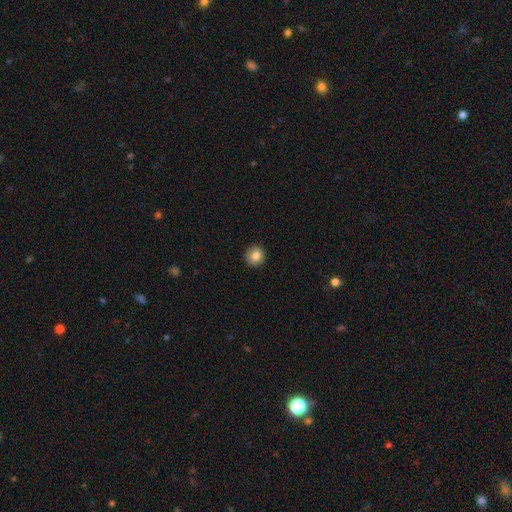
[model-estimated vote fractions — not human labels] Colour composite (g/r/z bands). It shows a smooth galaxy with no disk features (81%) that is round (93%). Merging: none (91%).